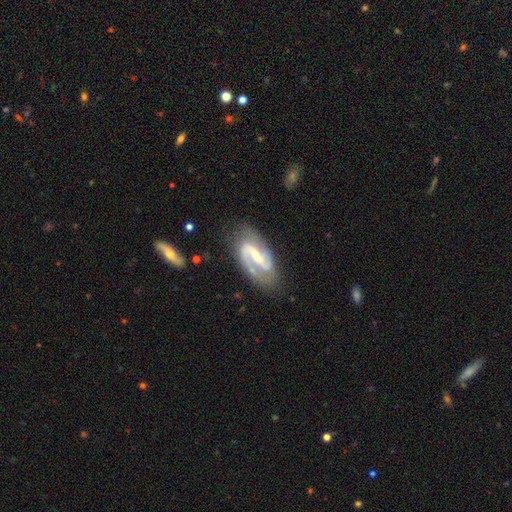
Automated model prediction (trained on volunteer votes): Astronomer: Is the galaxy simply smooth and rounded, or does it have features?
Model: featured or disk — 86%.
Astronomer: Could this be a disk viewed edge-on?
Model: no — 97%.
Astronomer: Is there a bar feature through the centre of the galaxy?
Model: weak — 46% (runner-up: strong, 40%).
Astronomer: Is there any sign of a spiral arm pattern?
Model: yes — 96%.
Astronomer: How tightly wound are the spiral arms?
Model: medium — 49% (runner-up: loose, 31%).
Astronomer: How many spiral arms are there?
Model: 2 — 86%.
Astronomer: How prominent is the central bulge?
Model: small — 51% (runner-up: moderate, 29%).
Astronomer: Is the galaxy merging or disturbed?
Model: none — 72%.